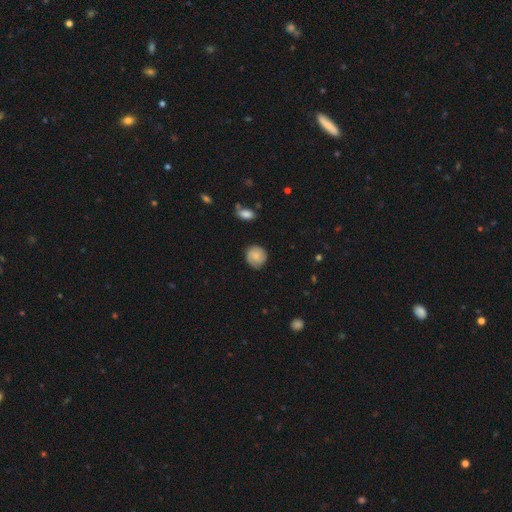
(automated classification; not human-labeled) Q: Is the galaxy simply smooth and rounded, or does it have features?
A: smooth — 58%.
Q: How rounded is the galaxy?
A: round — 88%.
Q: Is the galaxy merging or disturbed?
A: none — 82%.